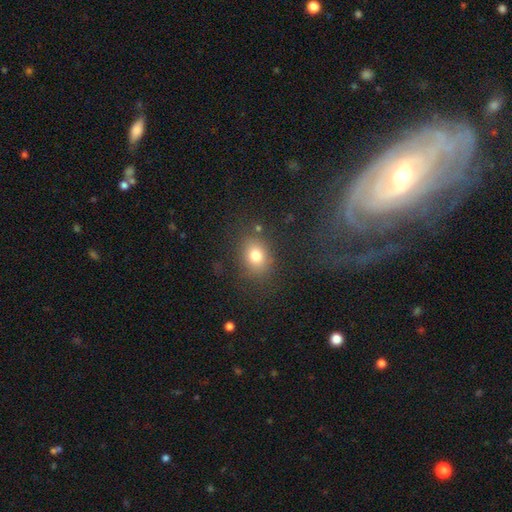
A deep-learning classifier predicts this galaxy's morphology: The model was most divided on "how rounded": in between: 55%, round: 44%, cigar-shaped: 1%. More confident: smooth or featured — smooth (78%); merging — none (78%).